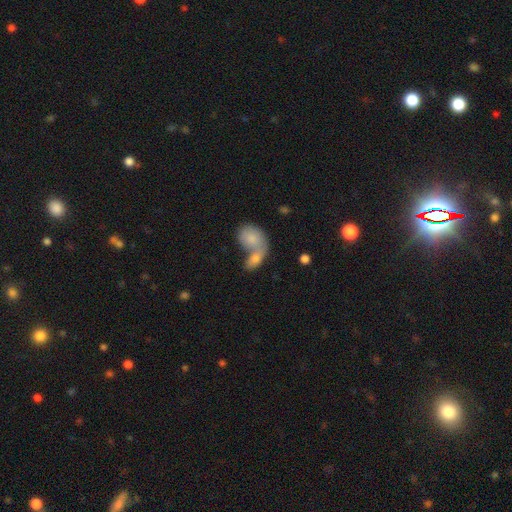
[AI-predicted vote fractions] smooth 76%, featured or disk 16%, star or artifact 8%. Down the decision tree: how rounded — in between (78%); merging — merger (68%).